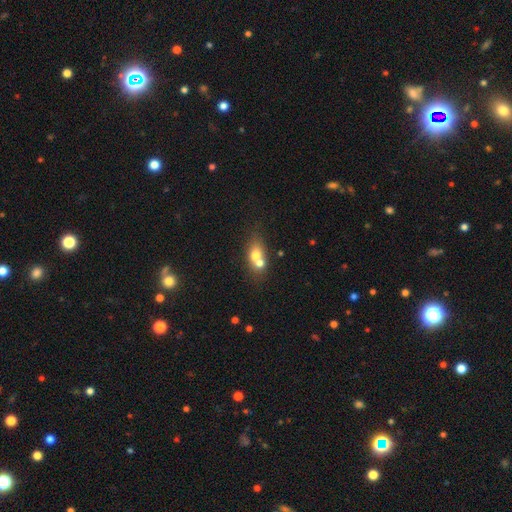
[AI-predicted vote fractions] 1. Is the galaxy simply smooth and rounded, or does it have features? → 65% smooth, 24% featured or disk, 11% star or artifact.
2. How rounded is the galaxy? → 58% in between, 37% round, 5% cigar-shaped.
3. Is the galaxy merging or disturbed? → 52% merger, 35% none, 9% minor disturbance, 4% major disturbance.